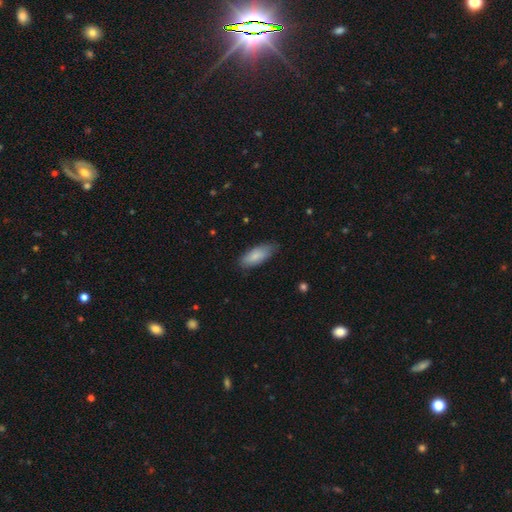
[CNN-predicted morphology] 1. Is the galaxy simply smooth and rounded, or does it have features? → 82% smooth, 13% featured or disk, 6% star or artifact.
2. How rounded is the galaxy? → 81% in between, 17% cigar-shaped, 2% round.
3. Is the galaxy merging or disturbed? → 73% none, 22% minor disturbance, 4% major disturbance, 1% merger.